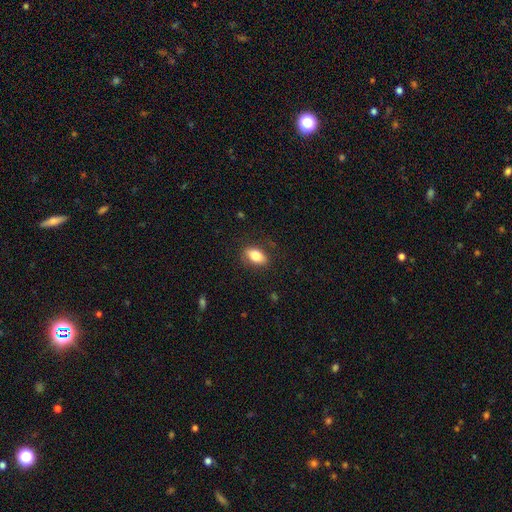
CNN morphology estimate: Smooth or featured: smooth — 80% (featured or disk — 12%)
How rounded: in between — 88% (round — 8%)
Merging: none — 81% (minor disturbance — 14%)